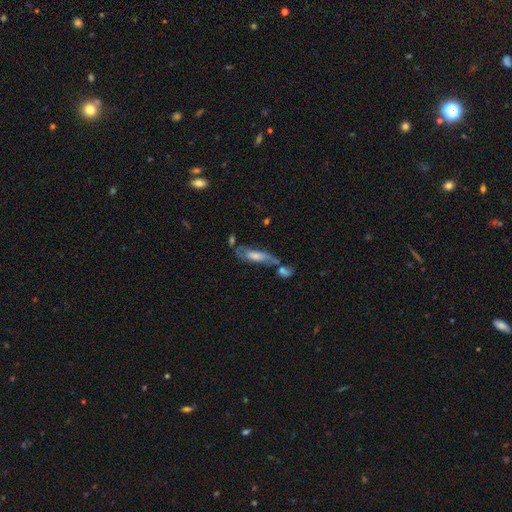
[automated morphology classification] Smooth or featured: featured or disk — 59% (smooth — 31%)
Edge-on disk: no — 63% (yes — 37%)
Merging: none — 43% (merger — 28%)